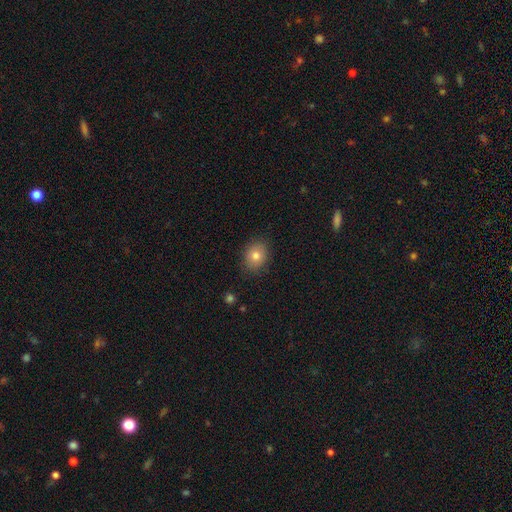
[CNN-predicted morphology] This is clearly a smooth galaxy (80%). How rounded: possibly round (54%). Merging: clearly none (86%).